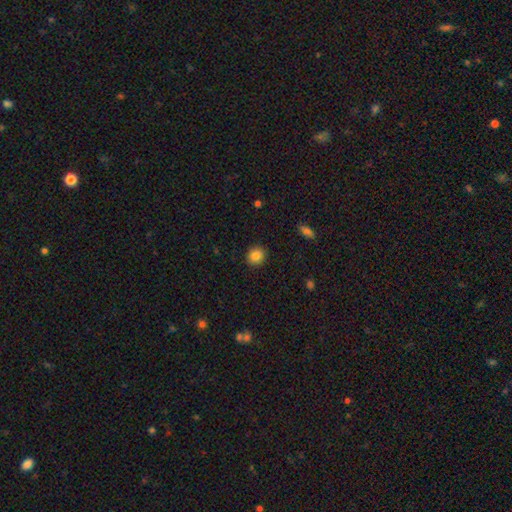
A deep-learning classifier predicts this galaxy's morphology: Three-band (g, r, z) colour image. It shows a smooth galaxy with no disk features (85%) that is round (82%). Merging: none (91%).